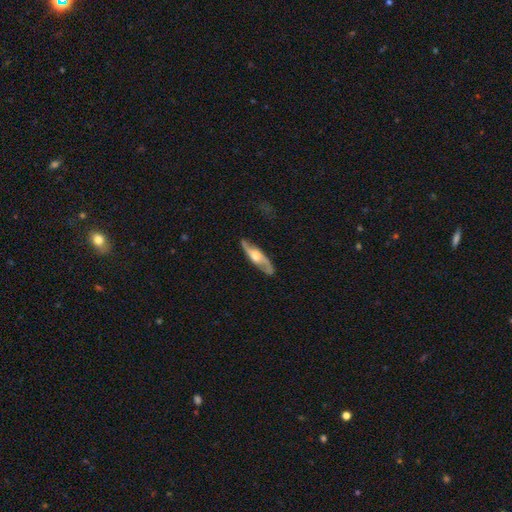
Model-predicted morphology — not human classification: smooth-or-featured: featured or disk: 75% | smooth: 20% | star or artifact: 5%
  disk-edge-on: no: 58% | yes: 42%
  merging: none: 81% | minor disturbance: 13% | major disturbance: 4% | merger: 2%